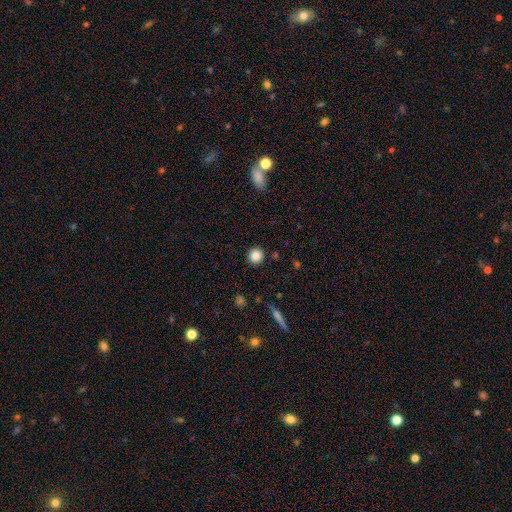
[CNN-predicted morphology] A smooth galaxy with no disk features (85%) that is round (94%). Merging: none (91%).